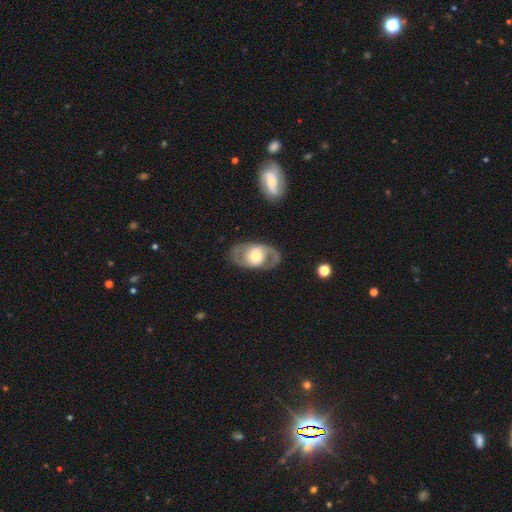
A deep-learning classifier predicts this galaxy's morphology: Smooth or featured?
  - featured or disk: 68% *
  - smooth: 27%
  - star or artifact: 5%
Edge-on disk?
  - no: 91% *
  - yes: 9%
Bar?
  - no: 66% *
  - weak: 24%
  - strong: 10%
Spiral arms?
  - yes: 54% *
  - no: 46%
Bulge size?
  - large: 42% * (tied)
  - moderate: 42% * (tied)
  - small: 9%
  - dominant: 5%
  - none: 2%
Merging?
  - none: 81% *
  - minor disturbance: 11%
  - major disturbance: 6%
  - merger: 2%